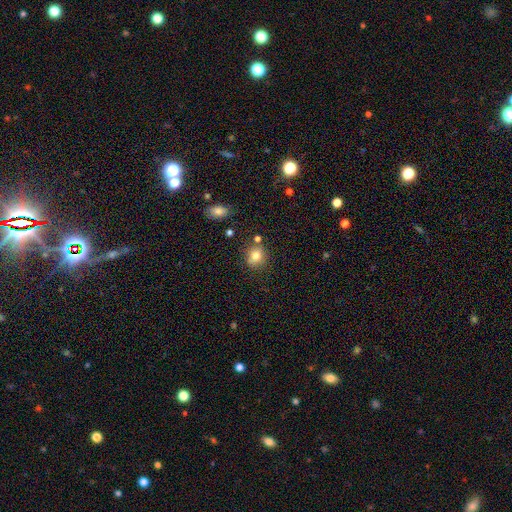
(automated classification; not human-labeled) smooth_or_featured: smooth (p=0.79) [alt: star or artifact p=0.11]
how_rounded: round (p=0.71) [alt: in between p=0.28]
merging: none (p=0.75) [alt: minor disturbance p=0.14]